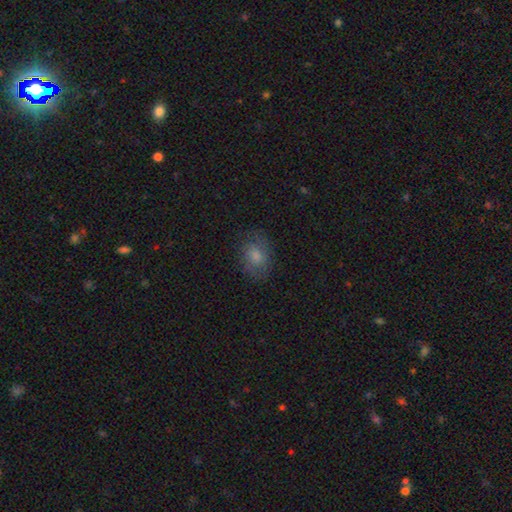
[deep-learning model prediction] This appears to be a smooth galaxy with no disk features (61%) that is in between round and cigar-shaped (57%). Merging: none (78%).